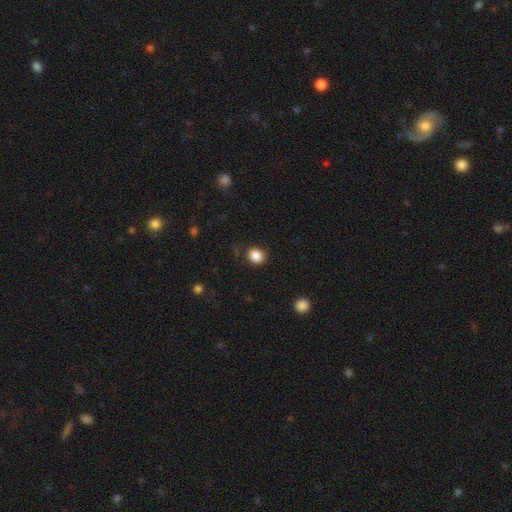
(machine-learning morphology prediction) smooth_or_featured: smooth (p=0.86) [alt: star or artifact p=0.10]
how_rounded: round (p=0.77) [alt: in between p=0.22]
merging: none (p=0.83) [alt: minor disturbance p=0.11]